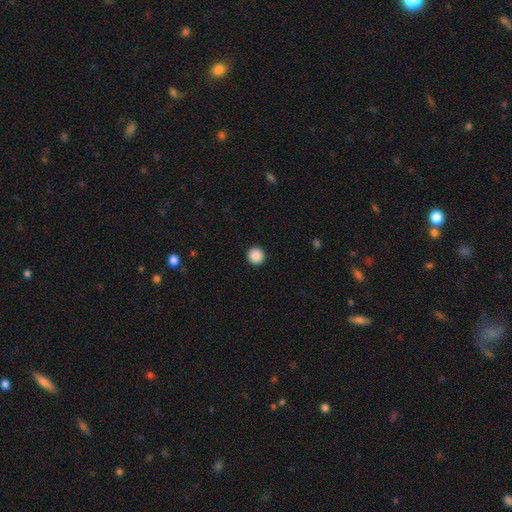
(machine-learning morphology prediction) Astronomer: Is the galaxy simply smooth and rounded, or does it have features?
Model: smooth — 89%.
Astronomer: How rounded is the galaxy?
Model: round — 96%.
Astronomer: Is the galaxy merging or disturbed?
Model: none — 94%.